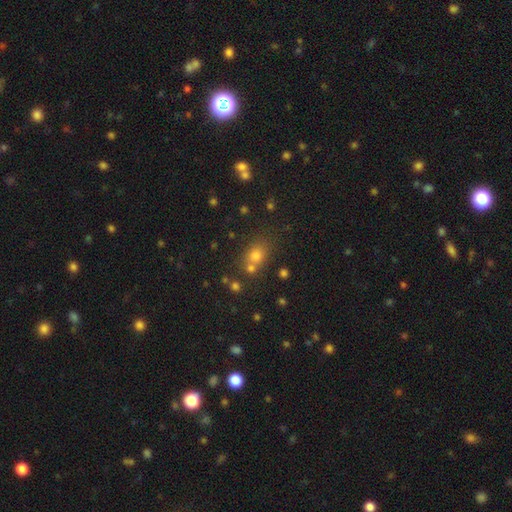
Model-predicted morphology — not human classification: A smooth galaxy with no disk features (70%) that is round (56%).

Vote fractions:
- Smooth or featured? smooth: 70% / star or artifact: 19% / featured or disk: 11%
- How rounded? round: 56% / in between: 42% / cigar-shaped: 2%
- Merging? none: 57% / merger: 27% / minor disturbance: 12% / major disturbance: 4%